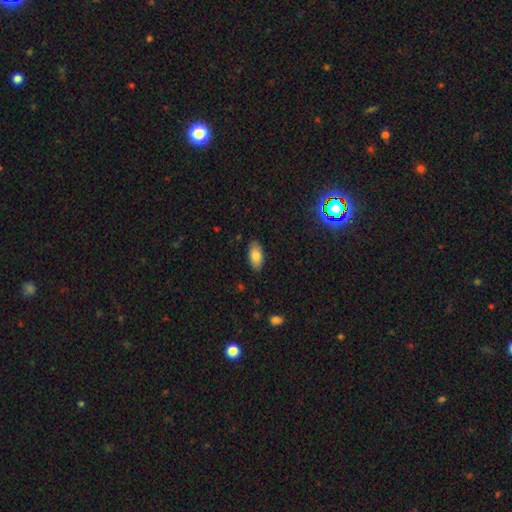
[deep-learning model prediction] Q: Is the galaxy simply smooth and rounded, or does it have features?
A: smooth — 81%.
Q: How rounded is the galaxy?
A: in between — 93%.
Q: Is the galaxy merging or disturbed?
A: none — 87%.